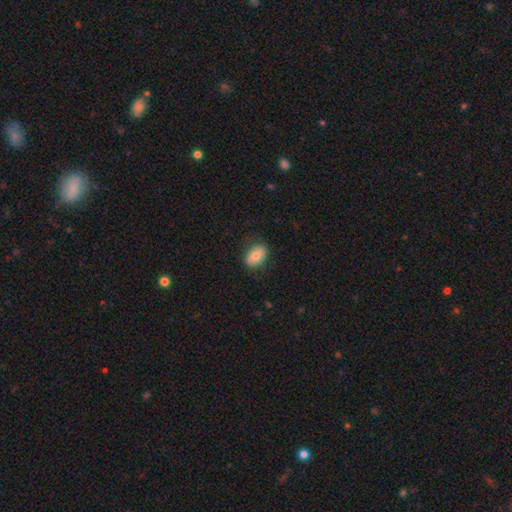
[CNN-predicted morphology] A smooth galaxy with no disk features (76%) that is in between round and cigar-shaped (84%).

Vote fractions:
- Smooth or featured? smooth: 76% / featured or disk: 16% / star or artifact: 8%
- How rounded? in between: 84% / round: 14% / cigar-shaped: 2%
- Merging? none: 81% / minor disturbance: 14% / major disturbance: 4% / merger: 1%